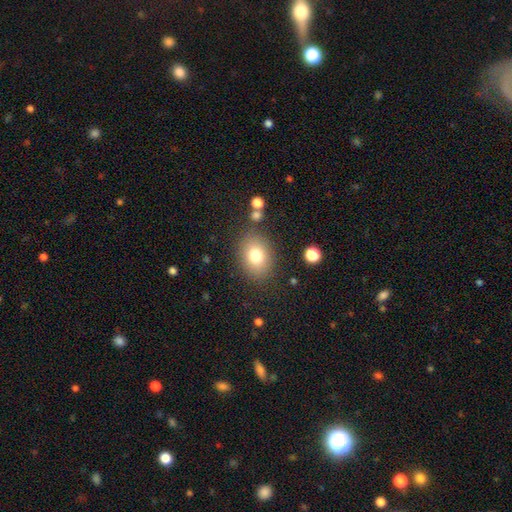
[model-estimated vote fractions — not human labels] This appears to be a smooth galaxy with no disk features (78%) that is in between round and cigar-shaped (56%). Merging: none (81%).